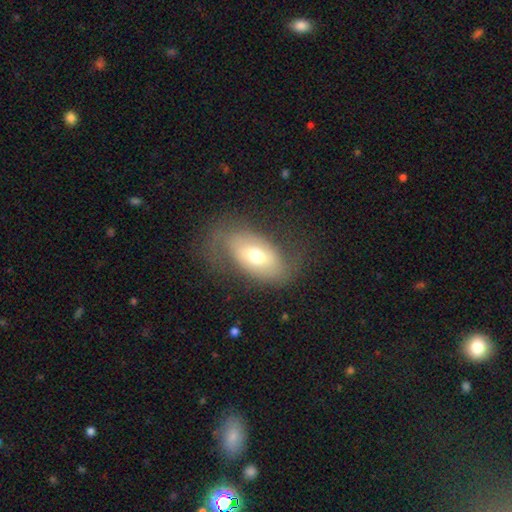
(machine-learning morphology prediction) The model was most divided on "smooth or featured": featured or disk: 51%, smooth: 42%, star or artifact: 7%. More confident: edge-on disk — no (91%); merging — none (61%).